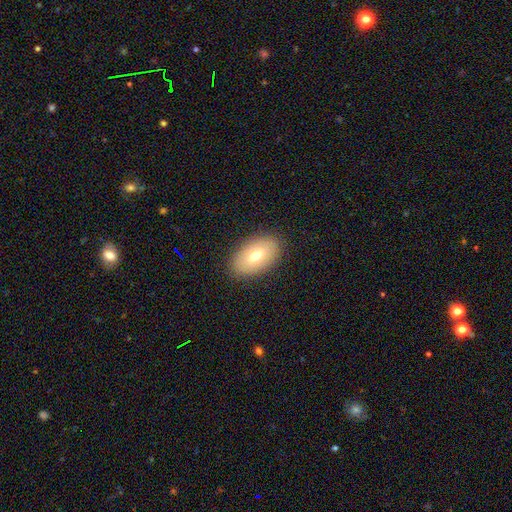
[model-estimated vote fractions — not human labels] A smooth galaxy with no disk features (69%) that is in between round and cigar-shaped (92%). Merging: none (87%).